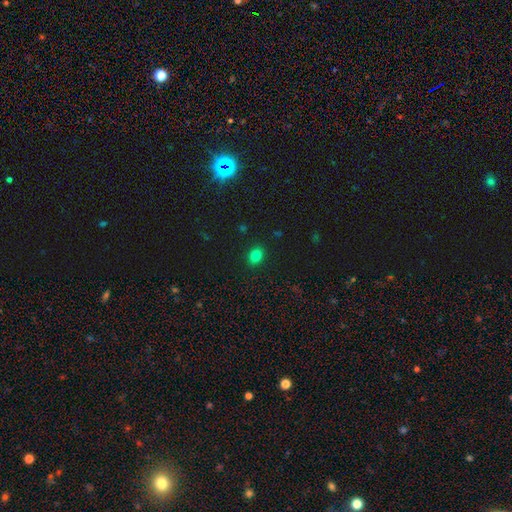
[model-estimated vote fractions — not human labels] Smooth or featured?
  - smooth: 82% *
  - star or artifact: 14%
  - featured or disk: 4%
How rounded?
  - in between: 62% *
  - round: 37%
  - cigar-shaped: 1%
Merging?
  - none: 89% *
  - minor disturbance: 8%
  - major disturbance: 2%
  - merger: 1%